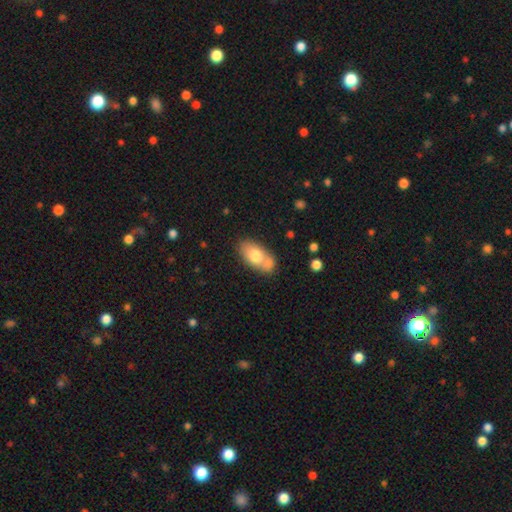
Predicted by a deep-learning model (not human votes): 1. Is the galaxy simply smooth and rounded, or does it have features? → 72% smooth, 21% featured or disk, 7% star or artifact.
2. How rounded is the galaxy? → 90% in between, 7% round, 3% cigar-shaped.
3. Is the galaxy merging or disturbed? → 51% none, 27% merger, 17% minor disturbance, 5% major disturbance.